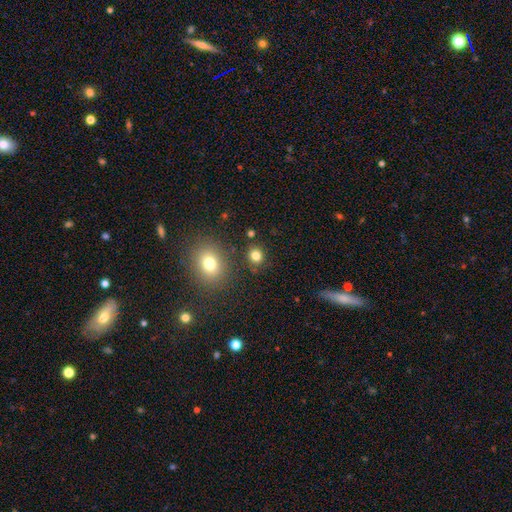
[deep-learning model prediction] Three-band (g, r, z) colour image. It shows a smooth galaxy with no disk features (80%) that is round (79%). Merging: none (84%).